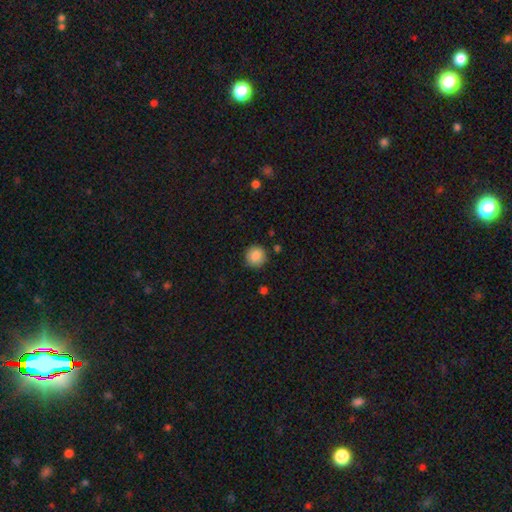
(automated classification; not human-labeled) smooth_or_featured: smooth (p=0.87) [alt: star or artifact p=0.09]
how_rounded: round (p=0.93) [alt: in between p=0.06]
merging: none (p=0.88) [alt: minor disturbance p=0.08]